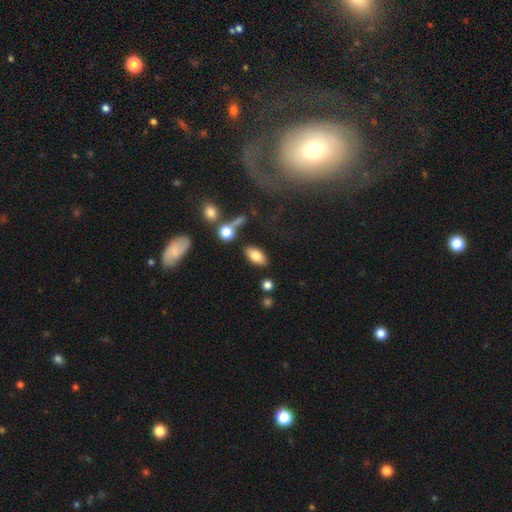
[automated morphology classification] Smooth or featured? smooth (79%)
How rounded? in between (91%)
Merging? none (79%)